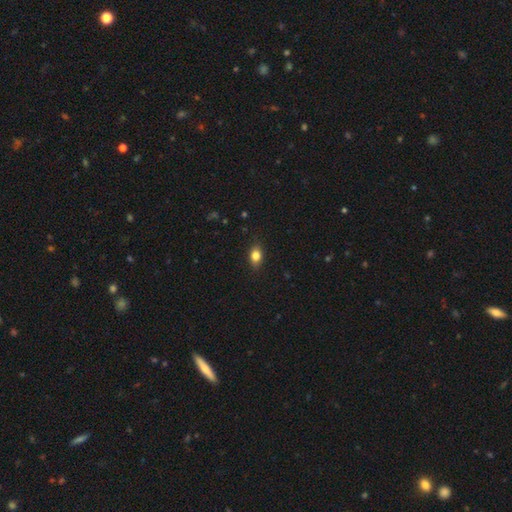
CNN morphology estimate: A smooth galaxy with no disk features (80%) that is in between round and cigar-shaped (76%).

Vote fractions:
- Smooth or featured? smooth: 80% / featured or disk: 10% / star or artifact: 9%
- How rounded? in between: 76% / round: 21% / cigar-shaped: 4%
- Merging? none: 86% / minor disturbance: 11% / major disturbance: 2% / merger: 1%